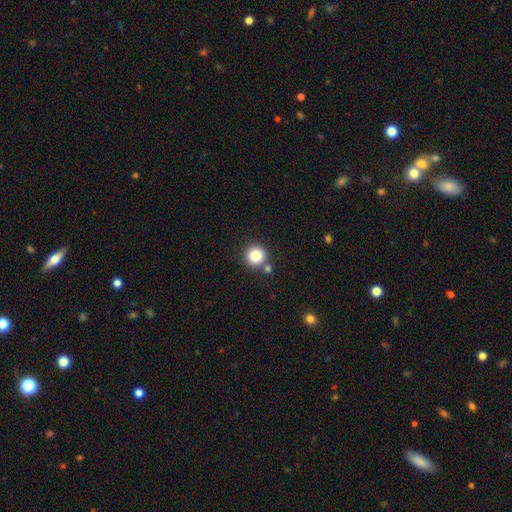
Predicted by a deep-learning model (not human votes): Overall: smooth (83%). How rounded: round (94%). Merging: none (81%).